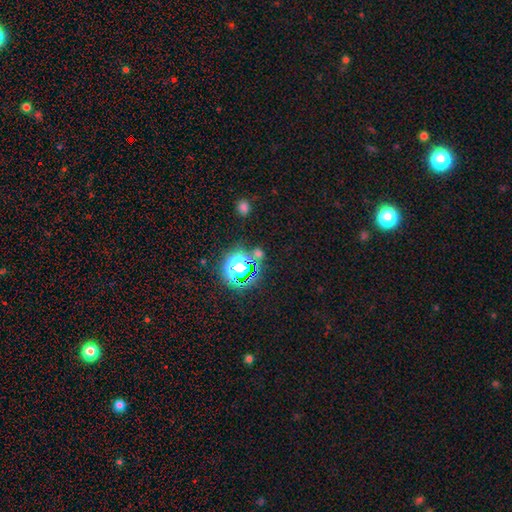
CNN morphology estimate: The model was most divided on "smooth or featured": star or artifact: 60%, smooth: 31%, featured or disk: 9%.